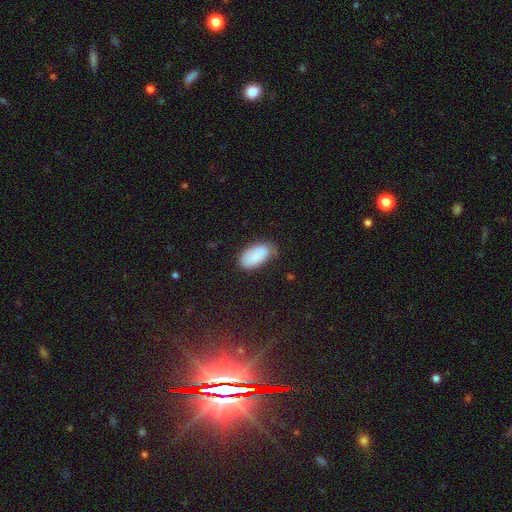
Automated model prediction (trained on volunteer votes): This appears to be a smooth galaxy with no disk features (83%) that is in between round and cigar-shaped (95%). Merging: none (60%).